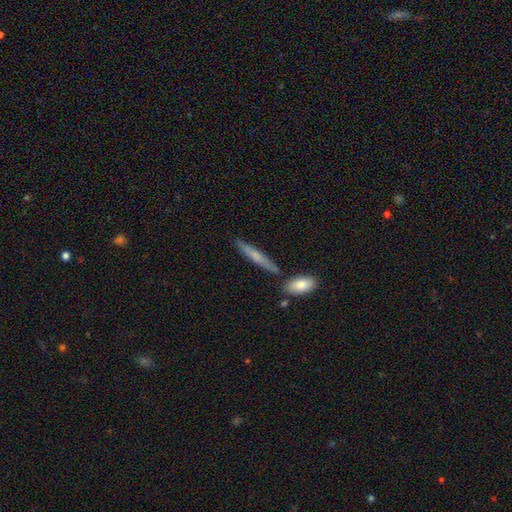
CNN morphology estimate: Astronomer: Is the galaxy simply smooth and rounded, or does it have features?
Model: smooth — 56% (runner-up: featured or disk, 38%).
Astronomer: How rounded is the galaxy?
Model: cigar-shaped — 91%.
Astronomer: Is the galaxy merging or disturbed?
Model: none — 81%.